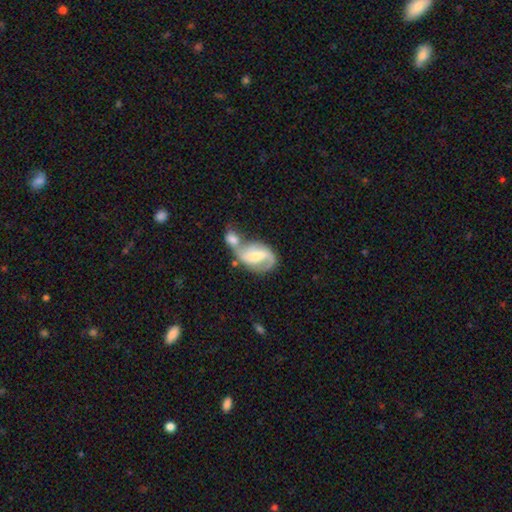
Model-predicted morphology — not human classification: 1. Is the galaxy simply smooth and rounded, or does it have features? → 74% featured or disk, 20% smooth, 6% star or artifact.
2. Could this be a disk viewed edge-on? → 97% no, 3% yes.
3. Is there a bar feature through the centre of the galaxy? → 46% weak, 33% strong, 21% no.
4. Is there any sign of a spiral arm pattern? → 89% yes, 11% no.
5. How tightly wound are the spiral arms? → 46% loose, 41% medium, 13% tight.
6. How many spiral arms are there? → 81% 2, 11% 1, 6% can't tell, 1% 3, 1% 4, 1% more than 4.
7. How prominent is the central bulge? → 46% moderate, 37% small, 8% none, 8% large, 2% dominant.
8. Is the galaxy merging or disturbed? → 62% merger, 18% none, 10% minor disturbance, 9% major disturbance.